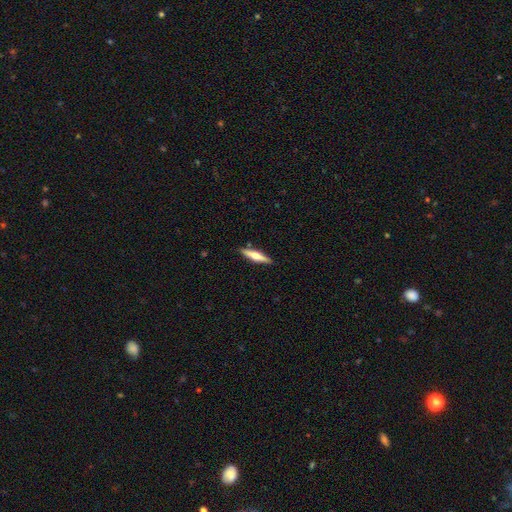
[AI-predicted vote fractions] This is possibly a featured or disk galaxy (57%). It is clearly viewed edge-on (95%). Edge-on bulge: clearly rounded (93%). Merging: clearly none (89%).